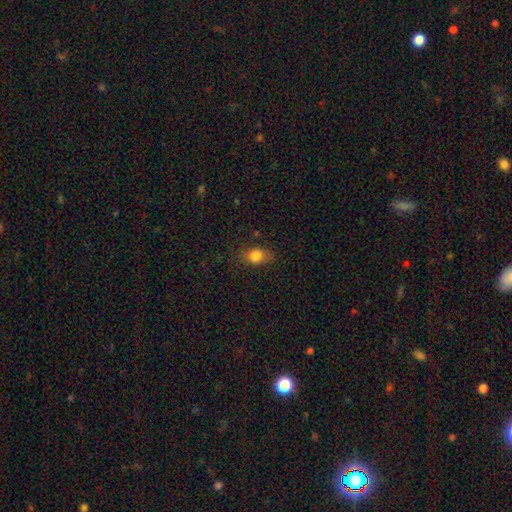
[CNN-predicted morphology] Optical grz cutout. It shows a smooth galaxy with no disk features (82%) that is in between round and cigar-shaped (69%). Merging: none (76%).